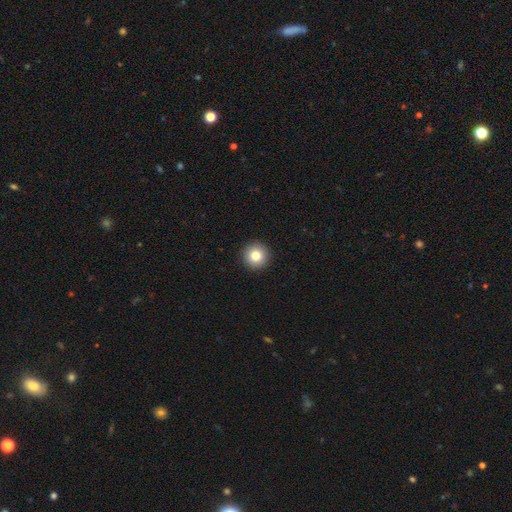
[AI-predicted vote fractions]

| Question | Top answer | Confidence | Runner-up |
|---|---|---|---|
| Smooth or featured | smooth | 82% | star or artifact (10%) |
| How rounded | round | 96% | in between (3%) |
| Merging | none | 94% | minor disturbance (4%) |